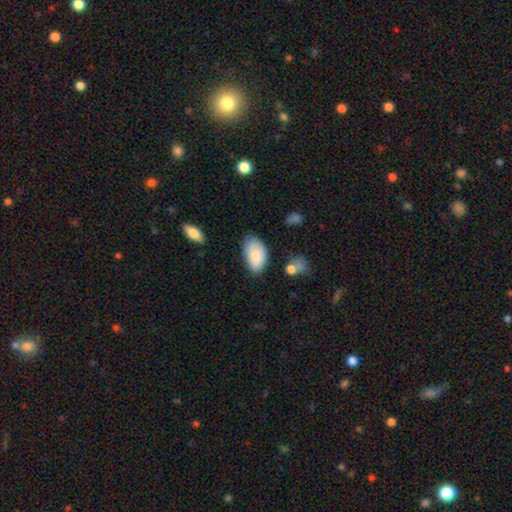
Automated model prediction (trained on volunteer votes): A smooth galaxy with no disk features (82%) that is in between round and cigar-shaped (95%). Merging: none (70%).